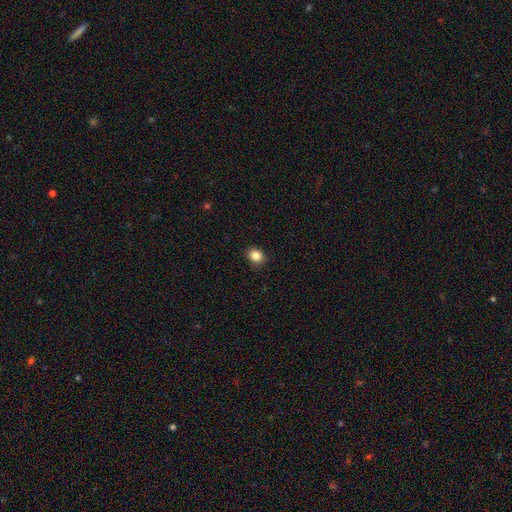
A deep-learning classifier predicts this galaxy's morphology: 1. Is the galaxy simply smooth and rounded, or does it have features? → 86% smooth, 10% star or artifact, 4% featured or disk.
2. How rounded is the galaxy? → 60% round, 39% in between, 1% cigar-shaped.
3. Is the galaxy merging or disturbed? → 90% none, 7% minor disturbance, 2% major disturbance, 1% merger.